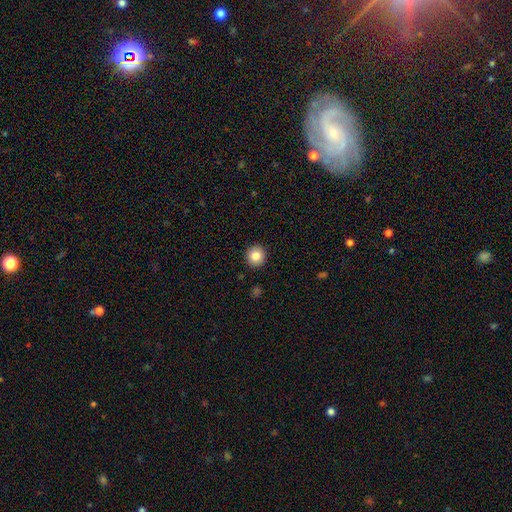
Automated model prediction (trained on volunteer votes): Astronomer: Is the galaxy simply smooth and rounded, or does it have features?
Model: smooth — 84%.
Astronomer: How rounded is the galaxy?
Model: round — 93%.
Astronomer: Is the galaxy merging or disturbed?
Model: none — 93%.